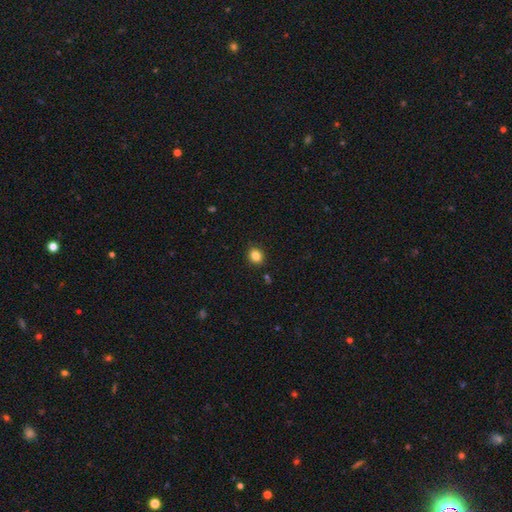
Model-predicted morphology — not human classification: Smooth or featured? Predicted: smooth (p=0.84). How rounded? Predicted: round (p=0.68). Merging? Predicted: none (p=0.90).